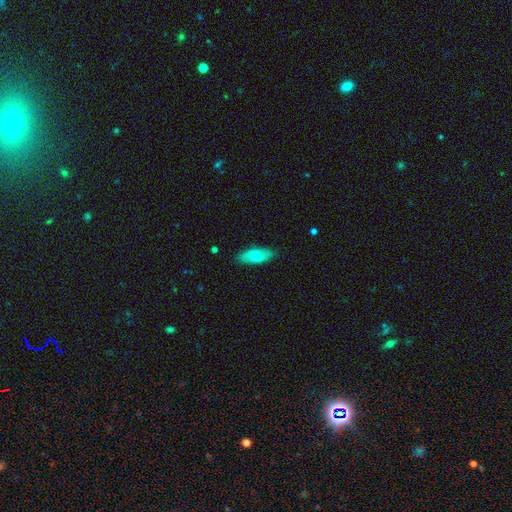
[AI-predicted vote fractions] This is likely a smooth galaxy (74%). How rounded: clearly in between (81%). Merging: clearly none (82%).